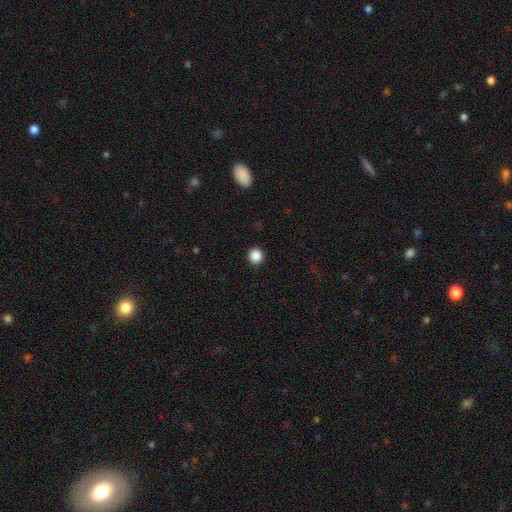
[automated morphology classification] Smooth or featured?
  - smooth: 88% *
  - star or artifact: 10%
  - featured or disk: 2%
How rounded?
  - round: 90% *
  - in between: 9%
  - cigar-shaped: 1%
Merging?
  - none: 92% *
  - minor disturbance: 5%
  - major disturbance: 2%
  - merger: 1%